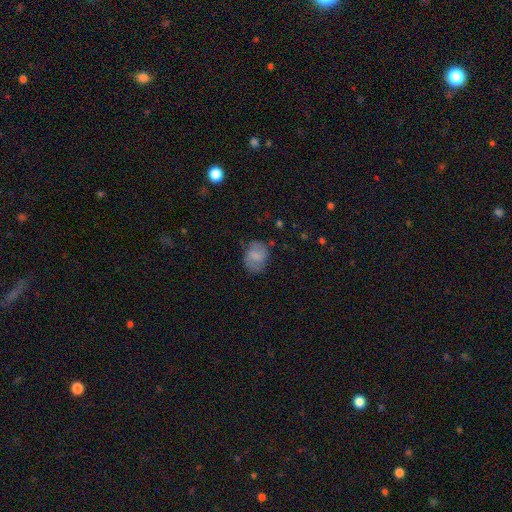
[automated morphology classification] Smooth or featured? Predicted: smooth (p=0.53). How rounded? Predicted: in between (p=0.56). Merging? Predicted: none (p=0.74).